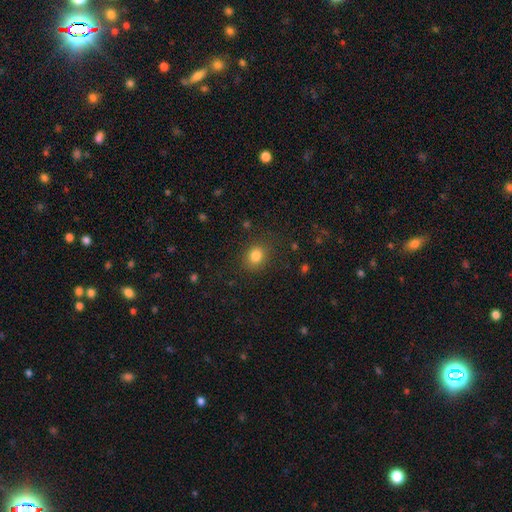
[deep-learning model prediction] A smooth galaxy with no disk features (82%) that is round (68%).

Vote fractions:
- Smooth or featured? smooth: 82% / star or artifact: 12% / featured or disk: 6%
- How rounded? round: 68% / in between: 31% / cigar-shaped: 1%
- Merging? none: 83% / minor disturbance: 11% / major disturbance: 4% / merger: 1%